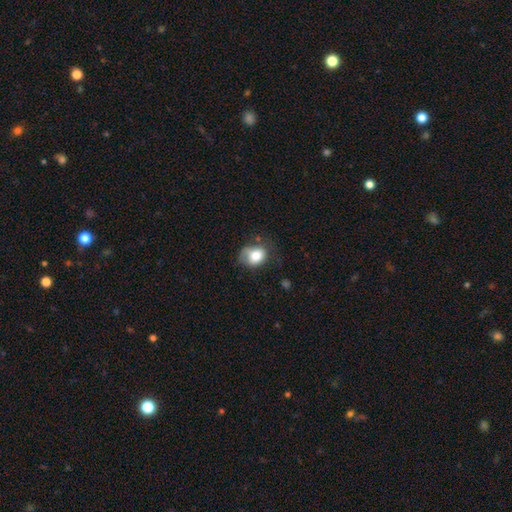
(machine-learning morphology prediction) smooth 77%, featured or disk 15%, star or artifact 9%. Down the decision tree: how rounded — in between (54%); merging — none (46%).